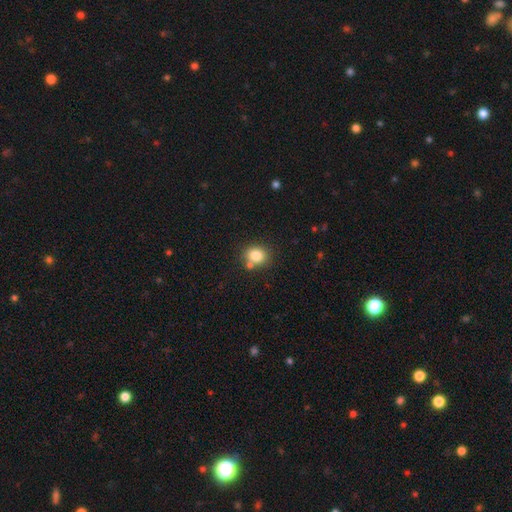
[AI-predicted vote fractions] smooth_or_featured: smooth (p=0.82) [alt: star or artifact p=0.11]
how_rounded: round (p=0.68) [alt: in between p=0.31]
merging: none (p=0.70) [alt: merger p=0.15]